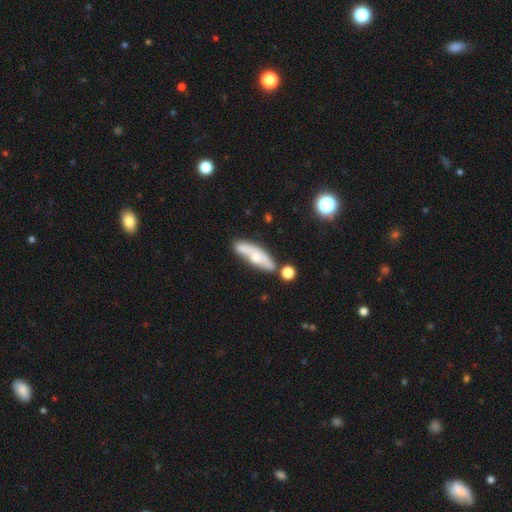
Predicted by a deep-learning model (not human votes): Smooth or featured?
  - smooth: 50% *
  - featured or disk: 42%
  - star or artifact: 8%
How rounded?
  - cigar-shaped: 56% *
  - in between: 41%
  - round: 3%
Merging?
  - none: 52% *
  - minor disturbance: 22%
  - merger: 18%
  - major disturbance: 8%